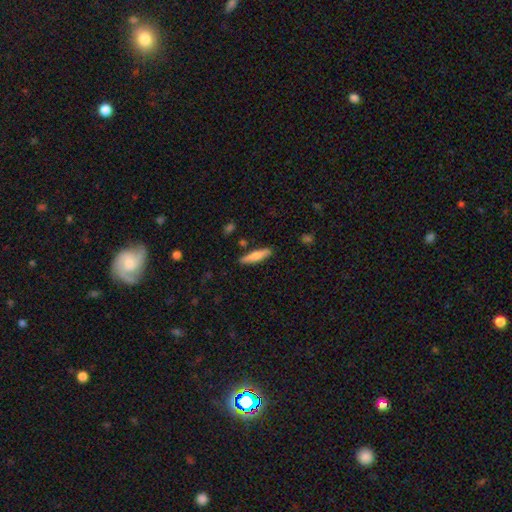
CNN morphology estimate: type=smooth (65%); roundness=cigar-shaped (79%); merging=none (87%).